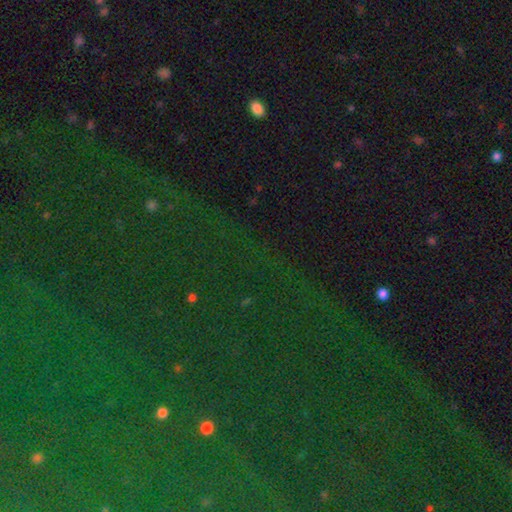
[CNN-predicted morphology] A star or artifact, not a galaxy (83%).